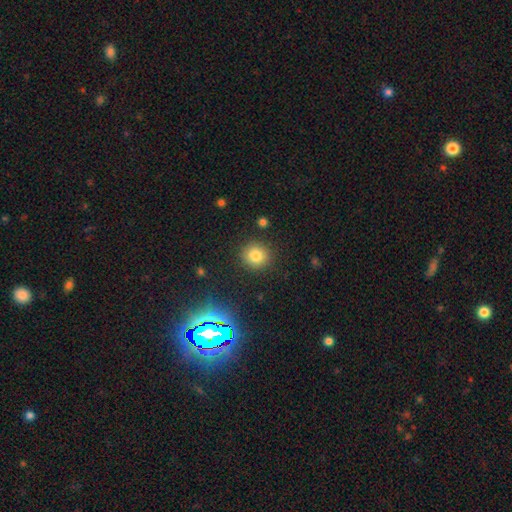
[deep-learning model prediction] Smooth or featured? smooth (79%)
How rounded? round (90%)
Merging? none (90%)